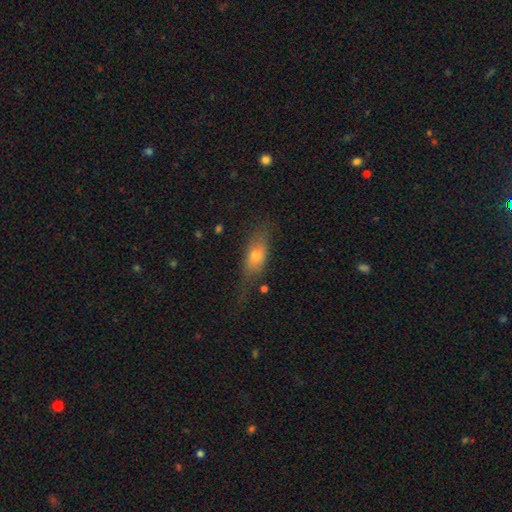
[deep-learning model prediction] This is likely a smooth galaxy (69%). How rounded: likely in between (72%). Merging: possibly none (53%).